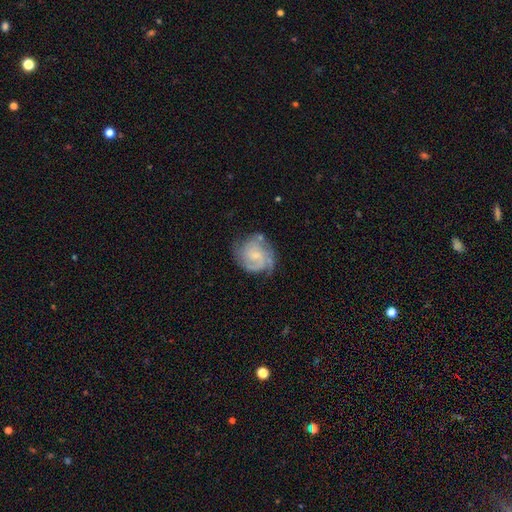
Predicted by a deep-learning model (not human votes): Smooth or featured? Predicted: featured or disk (p=0.80). Edge-on disk? Predicted: no (p=0.98). Bar? Predicted: no (p=0.58). Spiral arms? Predicted: yes (p=0.95). Spiral winding? Predicted: tight (p=0.54). Spiral arm count? Predicted: 2 (p=0.39). Bulge size? Predicted: small (p=0.65). Merging? Predicted: none (p=0.65).